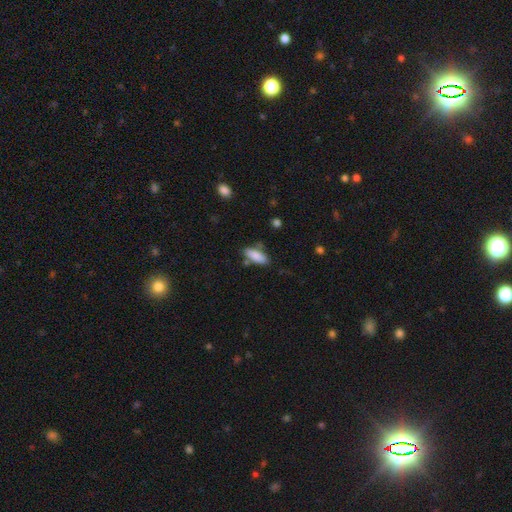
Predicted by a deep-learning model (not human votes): A smooth galaxy with no disk features (86%) that is in between round and cigar-shaped (75%).

Vote fractions:
- Smooth or featured? smooth: 86% / featured or disk: 8% / star or artifact: 6%
- How rounded? in between: 75% / cigar-shaped: 23% / round: 2%
- Merging? none: 74% / minor disturbance: 16% / merger: 7% / major disturbance: 4%